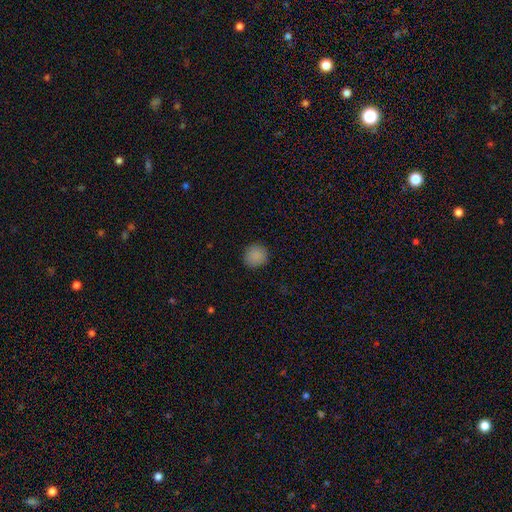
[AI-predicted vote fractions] Q: Smooth or featured?
A: smooth (87%); runner-up: star or artifact (10%)
Q: How rounded?
A: round (92%); runner-up: in between (7%)
Q: Merging?
A: none (90%); runner-up: minor disturbance (7%)